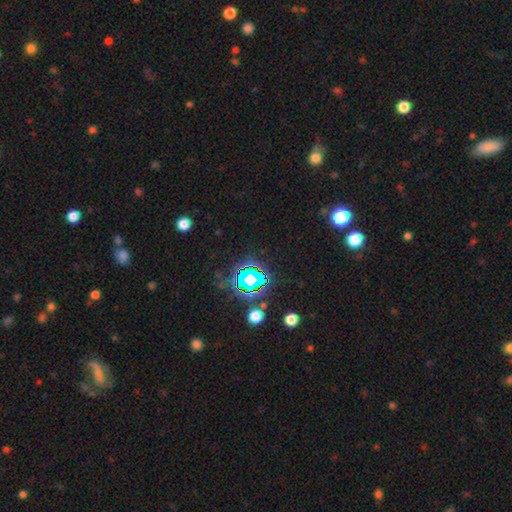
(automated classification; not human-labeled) smooth-or-featured: star or artifact: 79% | smooth: 13% | featured or disk: 8%